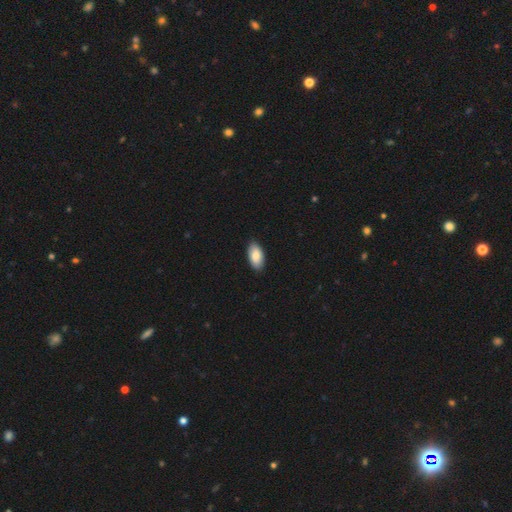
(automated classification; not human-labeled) This appears to be a smooth galaxy with no disk features (86%) that is in between round and cigar-shaped (95%). Merging: none (89%).